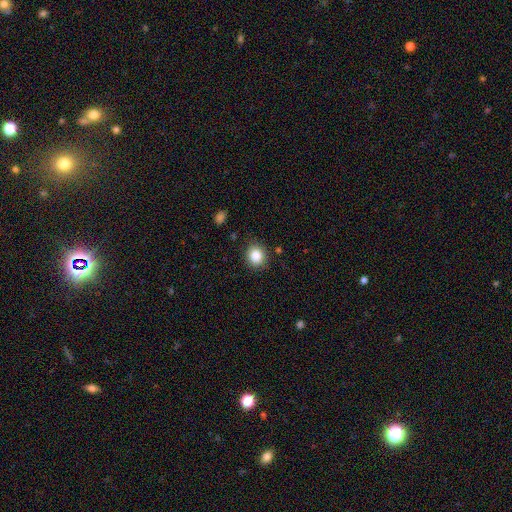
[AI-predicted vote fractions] Smooth or featured: smooth — 85% (star or artifact — 10%)
How rounded: round — 79% (in between — 21%)
Merging: none — 88% (minor disturbance — 9%)